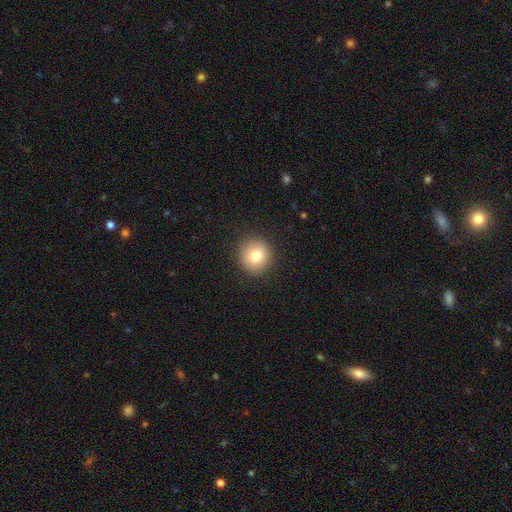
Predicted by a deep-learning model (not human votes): This is likely a smooth galaxy (79%). How rounded: clearly round (94%). Merging: clearly none (91%).